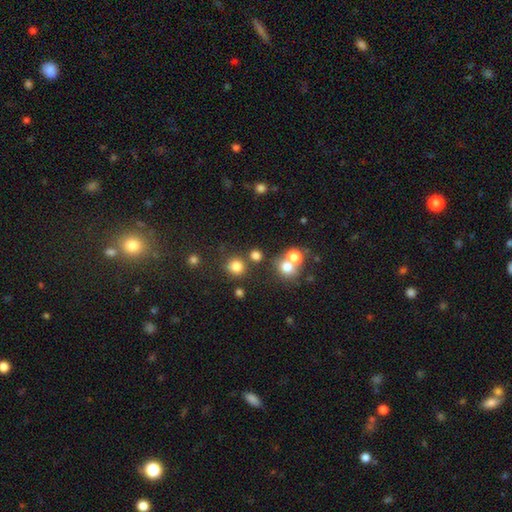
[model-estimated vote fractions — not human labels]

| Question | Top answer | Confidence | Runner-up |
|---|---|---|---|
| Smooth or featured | smooth | 76% | star or artifact (17%) |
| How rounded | round | 87% | in between (12%) |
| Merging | none | 73% | merger (16%) |